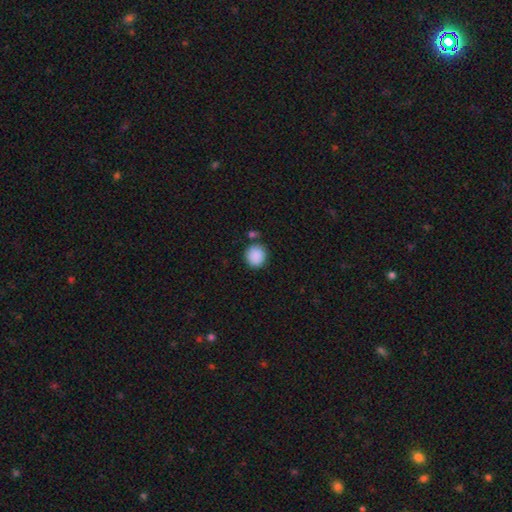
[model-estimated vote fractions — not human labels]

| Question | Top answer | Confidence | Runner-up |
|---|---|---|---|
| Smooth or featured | smooth | 89% | star or artifact (8%) |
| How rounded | round | 88% | in between (11%) |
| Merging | none | 79% | minor disturbance (11%) |